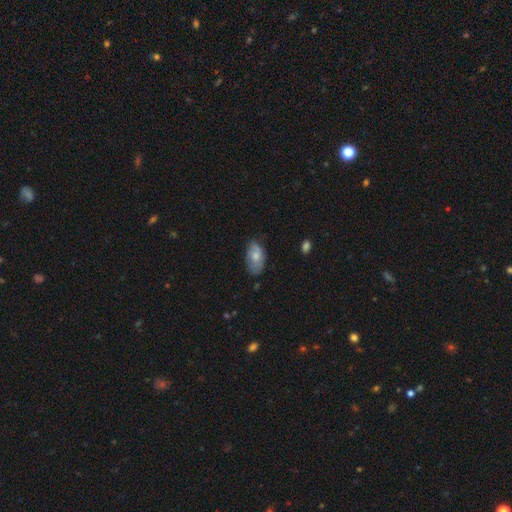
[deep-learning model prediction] Morphology: type=smooth (69%); roundness=in between (93%); merging=none (64%).